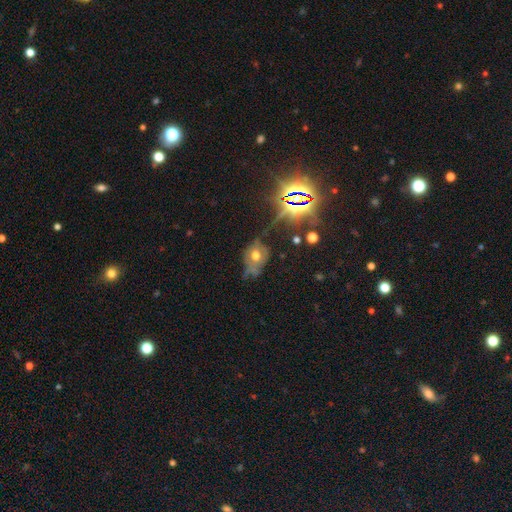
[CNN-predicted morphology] Overall: smooth (43%; featured or disk 35%). Merging: none (36%; minor disturbance 31%).